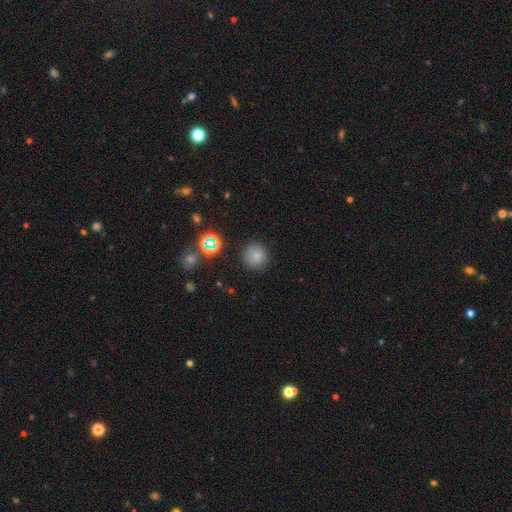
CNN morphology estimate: smooth 77%, star or artifact 16%, featured or disk 7%. Down the decision tree: how rounded — round (94%); merging — none (87%).